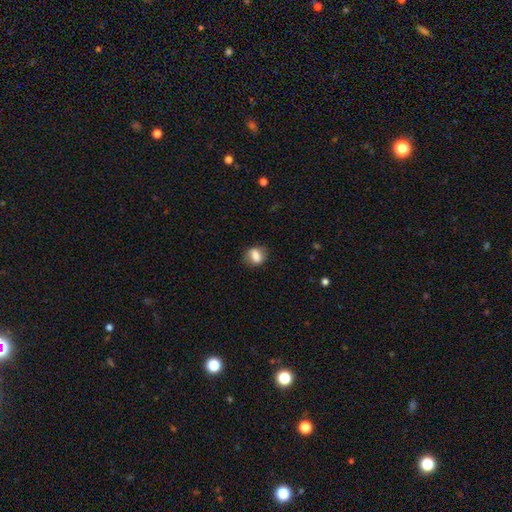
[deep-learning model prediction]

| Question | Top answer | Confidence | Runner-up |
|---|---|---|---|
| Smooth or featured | smooth | 74% | featured or disk (17%) |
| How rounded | in between | 58% | round (40%) |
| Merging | none | 76% | minor disturbance (17%) |